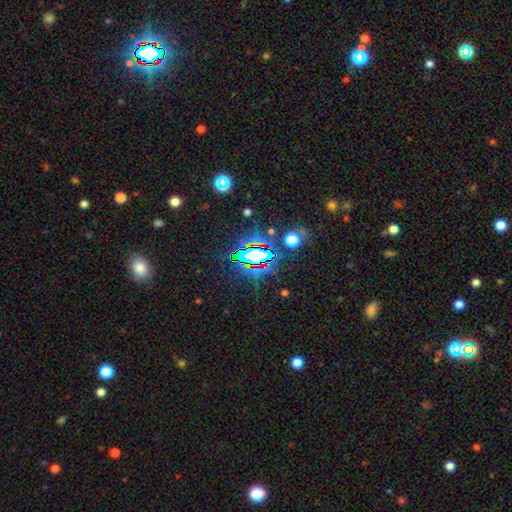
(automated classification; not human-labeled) The model was most divided on "smooth or featured": star or artifact: 66%, smooth: 21%, featured or disk: 13%.